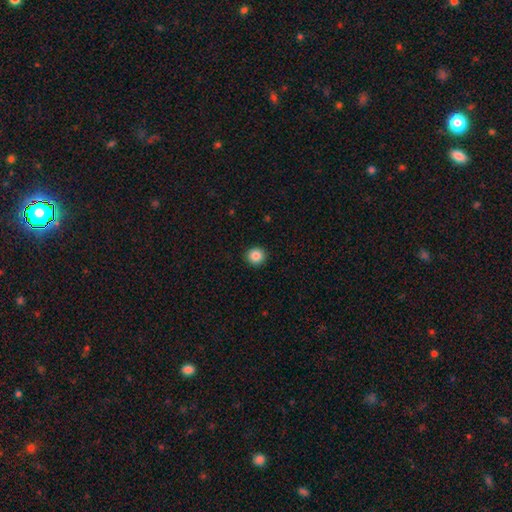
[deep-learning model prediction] smooth_or_featured: smooth (p=0.86) [alt: star or artifact p=0.10]
how_rounded: round (p=0.93) [alt: in between p=0.06]
merging: none (p=0.93) [alt: minor disturbance p=0.05]